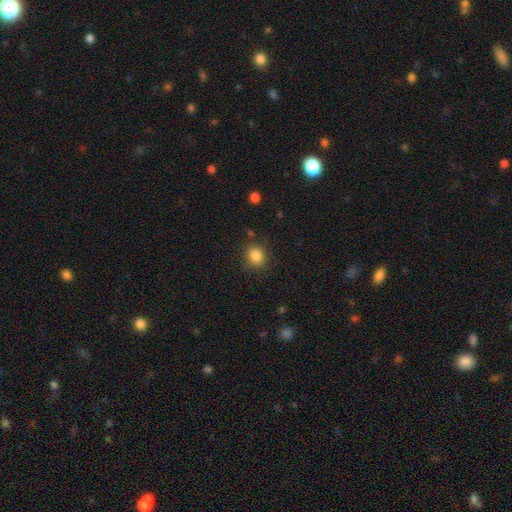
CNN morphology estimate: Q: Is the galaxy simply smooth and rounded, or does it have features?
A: smooth — 85%.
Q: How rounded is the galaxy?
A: round — 73%.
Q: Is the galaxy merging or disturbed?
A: none — 83%.